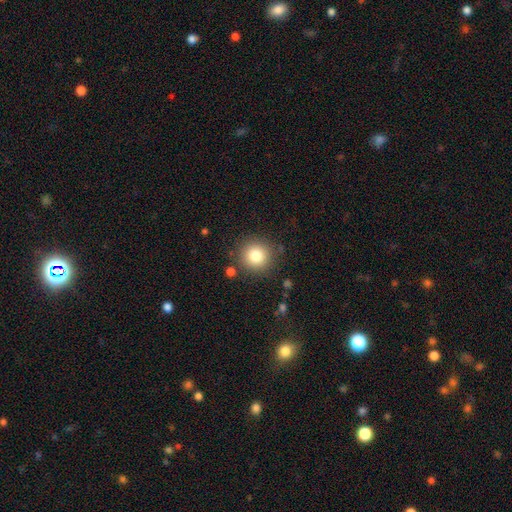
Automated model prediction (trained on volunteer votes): A smooth galaxy with no disk features (81%) that is round (94%).

Vote fractions:
- Smooth or featured? smooth: 81% / star or artifact: 11% / featured or disk: 8%
- How rounded? round: 94% / in between: 5% / cigar-shaped: 1%
- Merging? none: 86% / minor disturbance: 8% / major disturbance: 3% / merger: 3%